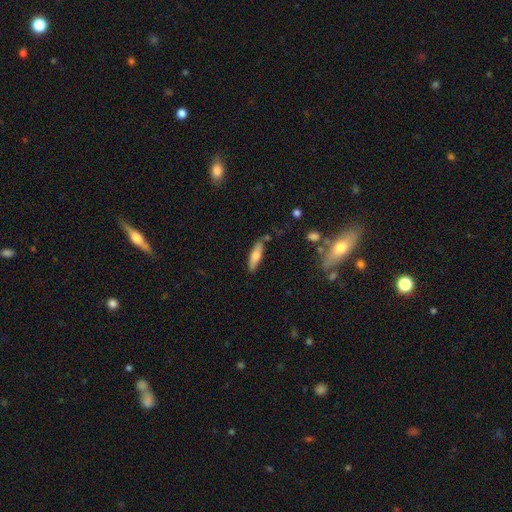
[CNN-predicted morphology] smooth 70%, featured or disk 23%, star or artifact 7%. Down the decision tree: how rounded — cigar-shaped (61%); merging — none (80%).